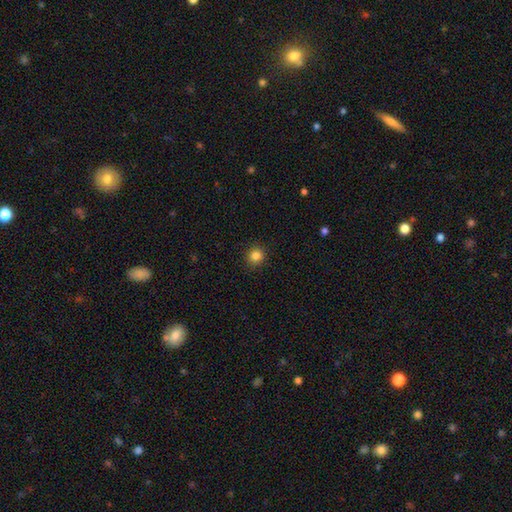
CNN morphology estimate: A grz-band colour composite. It shows a smooth galaxy with no disk features (85%) that is round (90%). Merging: none (91%).